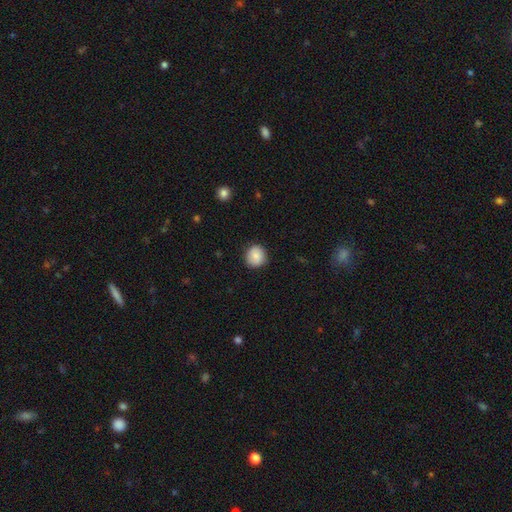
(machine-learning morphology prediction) Smooth or featured?
  - smooth: 84% *
  - featured or disk: 9%
  - star or artifact: 8%
How rounded?
  - round: 89% *
  - in between: 10%
  - cigar-shaped: 1%
Merging?
  - none: 87% *
  - minor disturbance: 10%
  - major disturbance: 2%
  - merger: 1%